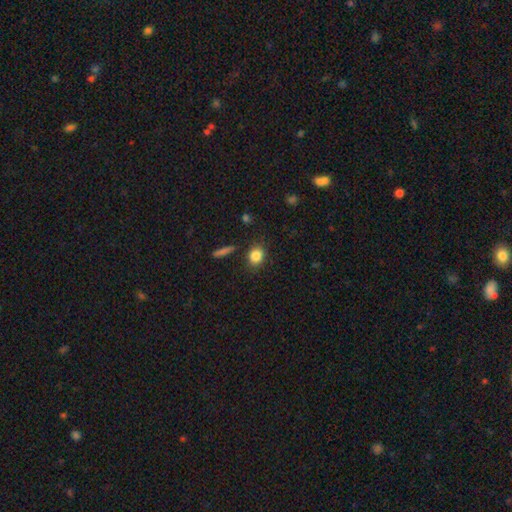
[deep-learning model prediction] Q: Smooth or featured?
A: smooth (85%); runner-up: star or artifact (10%)
Q: How rounded?
A: round (68%); runner-up: in between (30%)
Q: Merging?
A: none (84%); runner-up: minor disturbance (10%)